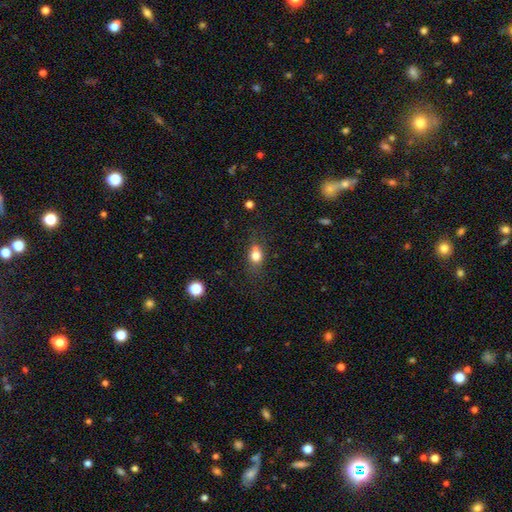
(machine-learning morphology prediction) smooth 76%, star or artifact 12%, featured or disk 11%. Down the decision tree: how rounded — in between (53%); merging — none (58%).